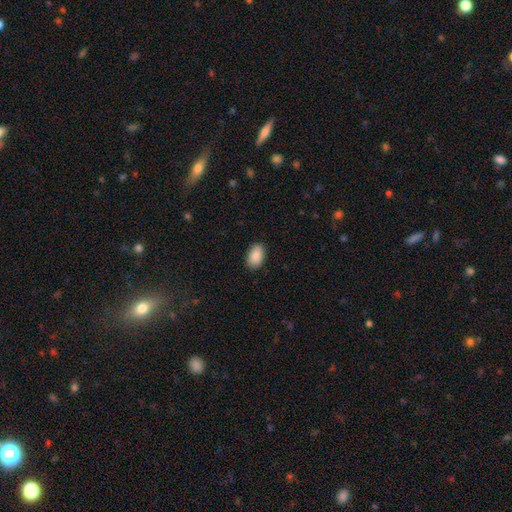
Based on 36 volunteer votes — Smooth or featured? smooth (97%)
How rounded? in between (91%)
Merging? none (89%)